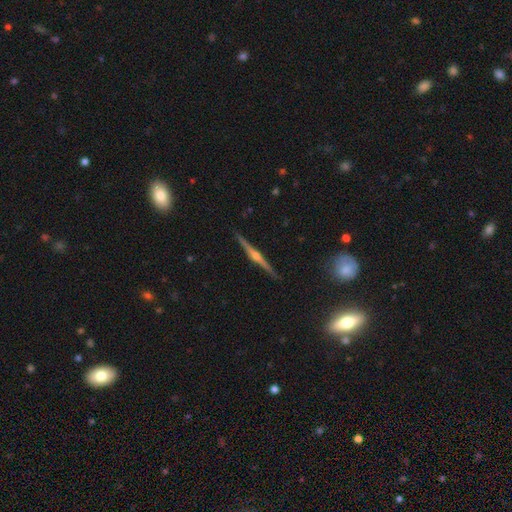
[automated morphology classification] featured or disk 86%, smooth 9%, star or artifact 6%. Down the decision tree: edge-on disk — yes (99%); edge-on bulge — rounded (92%); merging — none (91%).